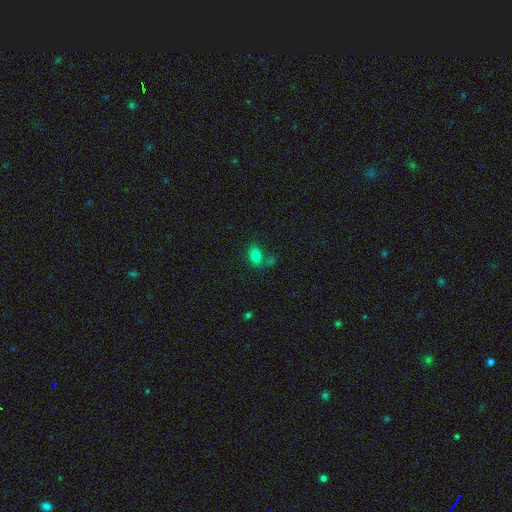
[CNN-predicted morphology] type=smooth (78%); roundness=in between (76%); merging=none (54%).